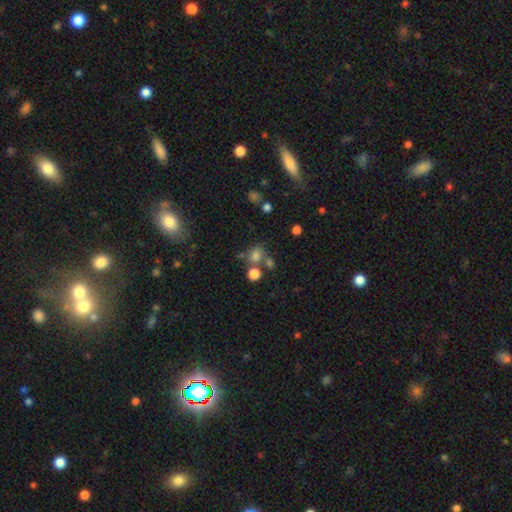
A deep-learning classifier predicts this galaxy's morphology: Overall: smooth (72%). How rounded: round (66%; in between 33%). Merging: none (56%; merger 25%).